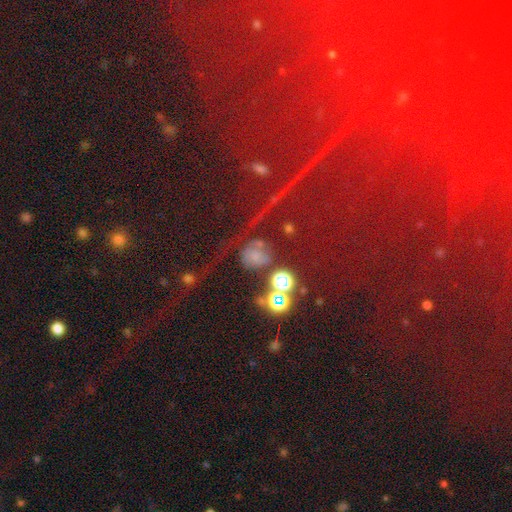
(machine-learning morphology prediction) smooth-or-featured: smooth: 47% | star or artifact: 29% | featured or disk: 24%
  merging: none: 46% | major disturbance: 24% | minor disturbance: 18% | merger: 12%